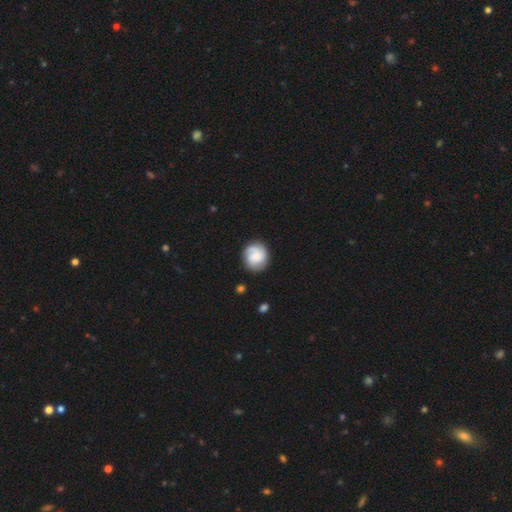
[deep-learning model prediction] The model was most divided on "smooth or featured": smooth: 55%, featured or disk: 38%, star or artifact: 7%. More confident: how rounded — round (85%); merging — none (77%).